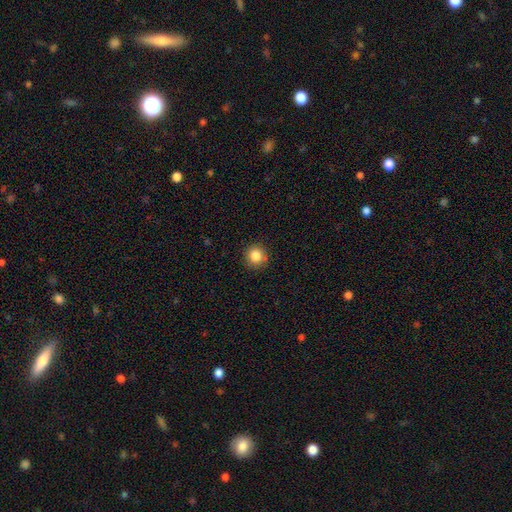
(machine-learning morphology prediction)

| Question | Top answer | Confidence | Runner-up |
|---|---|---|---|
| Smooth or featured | smooth | 85% | star or artifact (10%) |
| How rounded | round | 94% | in between (5%) |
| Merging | none | 89% | minor disturbance (8%) |